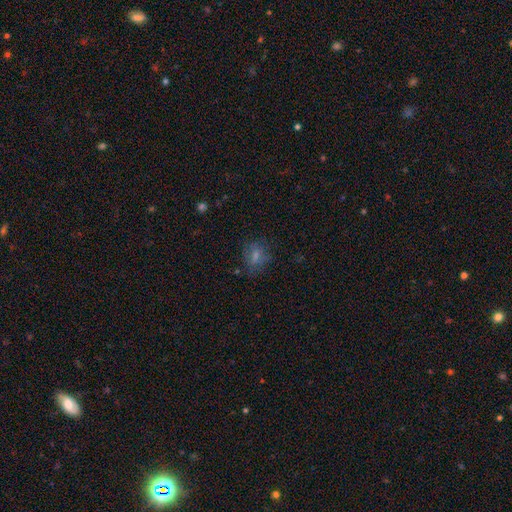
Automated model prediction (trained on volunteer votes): Q: Smooth or featured?
A: smooth (52%); runner-up: star or artifact (26%)
Q: How rounded?
A: round (53%); runner-up: in between (43%)
Q: Merging?
A: none (73%); runner-up: minor disturbance (17%)